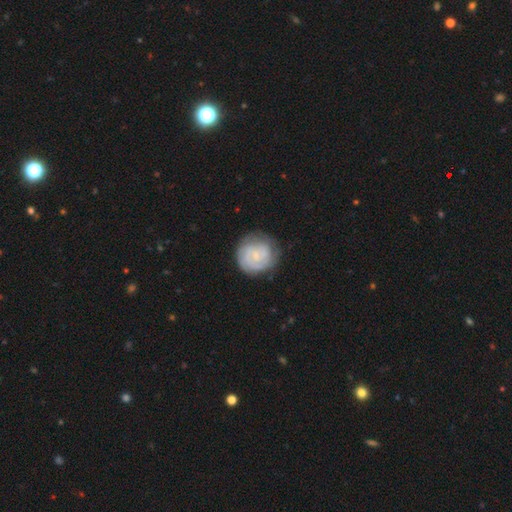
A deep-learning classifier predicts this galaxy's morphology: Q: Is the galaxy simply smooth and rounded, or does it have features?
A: featured or disk — 63%.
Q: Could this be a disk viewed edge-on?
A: no — 98%.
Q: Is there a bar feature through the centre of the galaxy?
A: no — 68%.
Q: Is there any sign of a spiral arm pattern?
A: yes — 88%.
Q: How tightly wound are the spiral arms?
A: tight — 69%.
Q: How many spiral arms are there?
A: can't tell — 40%.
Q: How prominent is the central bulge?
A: small — 70%.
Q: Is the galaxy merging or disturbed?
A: none — 75%.